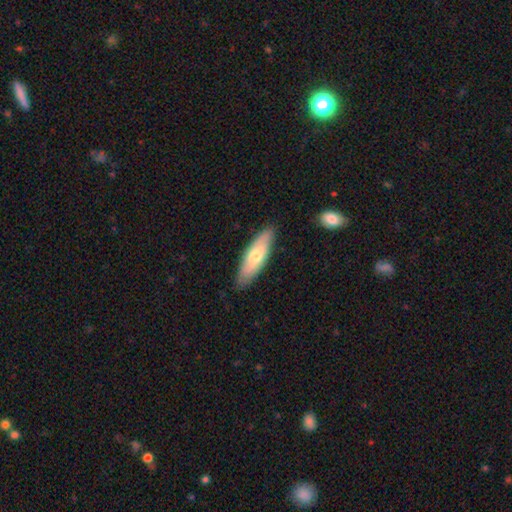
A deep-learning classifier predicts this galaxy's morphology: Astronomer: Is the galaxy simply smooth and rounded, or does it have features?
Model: smooth — 63%.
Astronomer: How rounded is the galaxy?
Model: cigar-shaped — 49%, tied with in between at 49%.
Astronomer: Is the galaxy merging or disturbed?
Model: none — 85%.